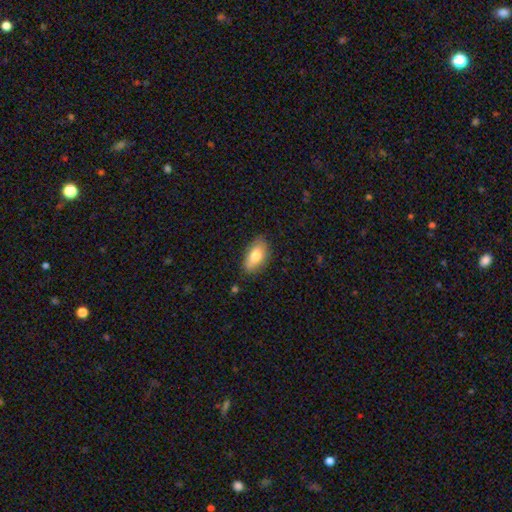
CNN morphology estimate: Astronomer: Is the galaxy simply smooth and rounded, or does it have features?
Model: smooth — 77%.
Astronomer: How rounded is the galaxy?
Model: in between — 91%.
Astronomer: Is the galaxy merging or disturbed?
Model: none — 78%.